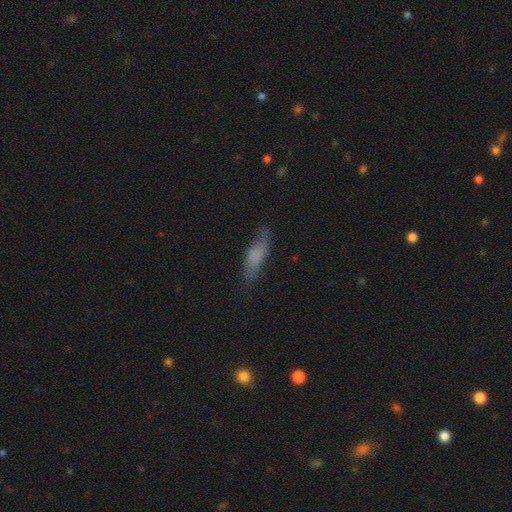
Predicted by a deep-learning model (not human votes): Smooth or featured?
  - smooth: 65% *
  - featured or disk: 26%
  - star or artifact: 8%
How rounded?
  - cigar-shaped: 58% *
  - in between: 39%
  - round: 3%
Merging?
  - none: 64% *
  - minor disturbance: 25%
  - major disturbance: 9%
  - merger: 2%